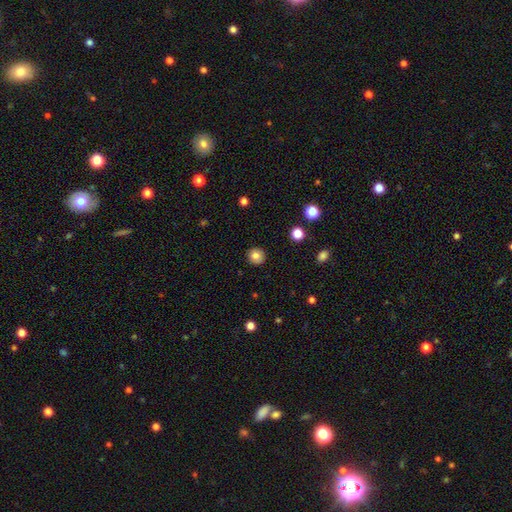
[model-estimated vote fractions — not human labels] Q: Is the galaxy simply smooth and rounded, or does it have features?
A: smooth — 82%.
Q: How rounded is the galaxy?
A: round — 93%.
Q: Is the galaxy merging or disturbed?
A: none — 91%.